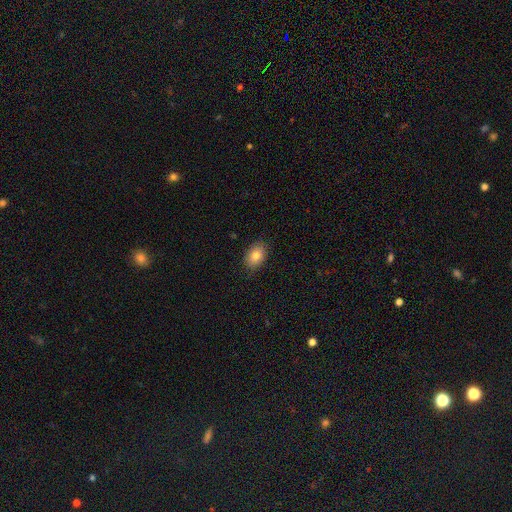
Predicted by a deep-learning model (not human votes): A smooth galaxy with no disk features (82%) that is in between round and cigar-shaped (82%).

Vote fractions:
- Smooth or featured? smooth: 82% / featured or disk: 10% / star or artifact: 8%
- How rounded? in between: 82% / round: 17% / cigar-shaped: 1%
- Merging? none: 85% / minor disturbance: 12% / major disturbance: 2% / merger: 1%